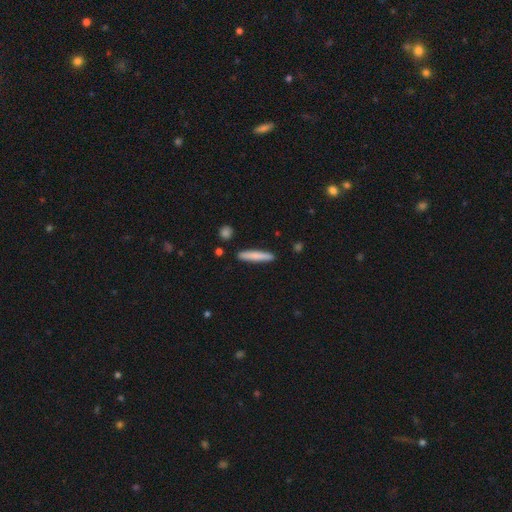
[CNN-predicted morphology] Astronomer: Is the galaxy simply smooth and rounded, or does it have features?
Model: smooth — 78%.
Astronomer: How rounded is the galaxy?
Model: cigar-shaped — 92%.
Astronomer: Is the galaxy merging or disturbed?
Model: none — 89%.